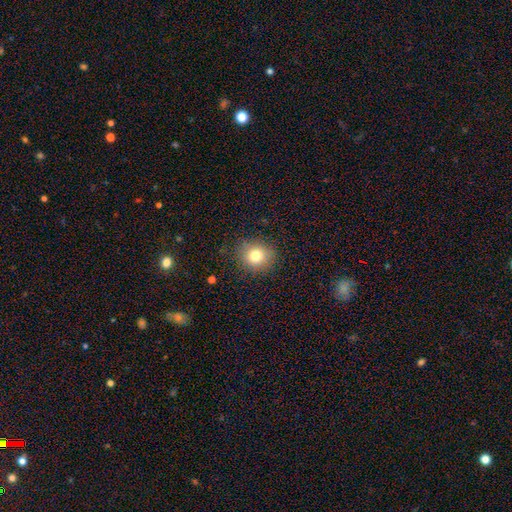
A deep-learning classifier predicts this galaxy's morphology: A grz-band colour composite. It shows a smooth galaxy with no disk features (79%) that is round (82%). Merging: none (87%).